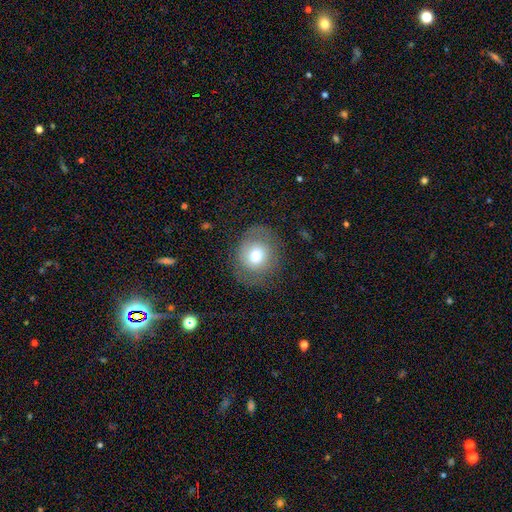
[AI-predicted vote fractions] This appears to be a smooth galaxy with no disk features (68%) that is round (70%). Merging: none (71%).